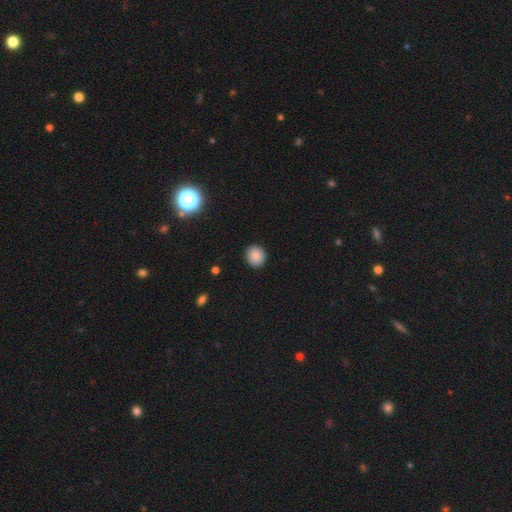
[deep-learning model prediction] A smooth galaxy with no disk features (86%) that is round (73%).

Vote fractions:
- Smooth or featured? smooth: 86% / star or artifact: 9% / featured or disk: 5%
- How rounded? round: 73% / in between: 26% / cigar-shaped: 1%
- Merging? none: 90% / minor disturbance: 7% / major disturbance: 2% / merger: 1%